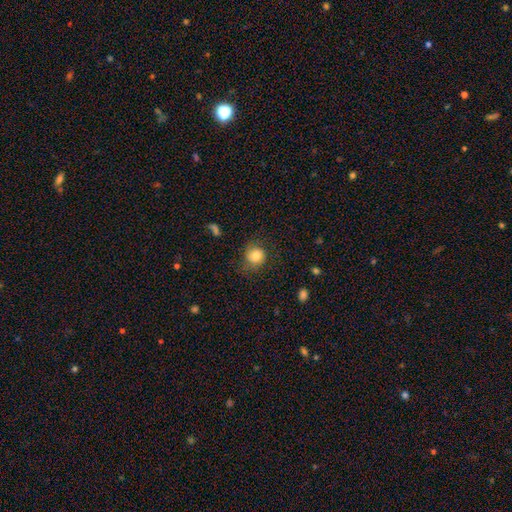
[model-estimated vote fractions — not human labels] Morphology: type=smooth (80%); roundness=round (86%); merging=none (70%).